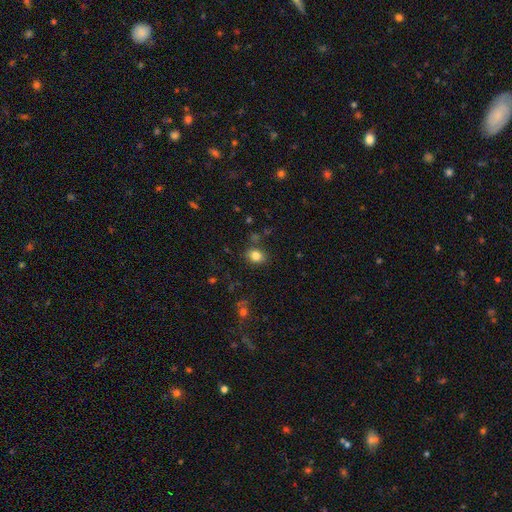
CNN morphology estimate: Smooth or featured?
  - smooth: 82% *
  - star or artifact: 11%
  - featured or disk: 7%
How rounded?
  - in between: 51% *
  - round: 48%
  - cigar-shaped: 1%
Merging?
  - none: 81% *
  - minor disturbance: 12%
  - merger: 4%
  - major disturbance: 3%